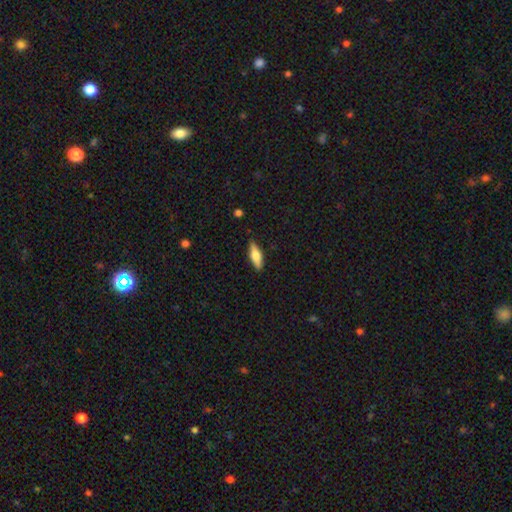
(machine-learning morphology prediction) Smooth or featured: smooth — 64% (featured or disk — 30%)
How rounded: in between — 51% (cigar-shaped — 47%)
Merging: none — 86% (minor disturbance — 11%)